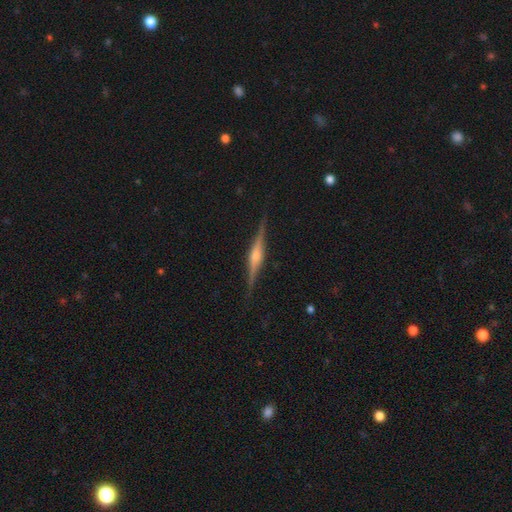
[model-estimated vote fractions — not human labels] Smooth or featured?
  - featured or disk: 83% *
  - smooth: 11%
  - star or artifact: 6%
Edge-on disk?
  - yes: 98% *
  - no: 2%
Edge-on bulge?
  - rounded: 80% *
  - boxy: 16%
  - none: 4%
Merging?
  - none: 90% *
  - minor disturbance: 8%
  - major disturbance: 2%
  - merger: 1%